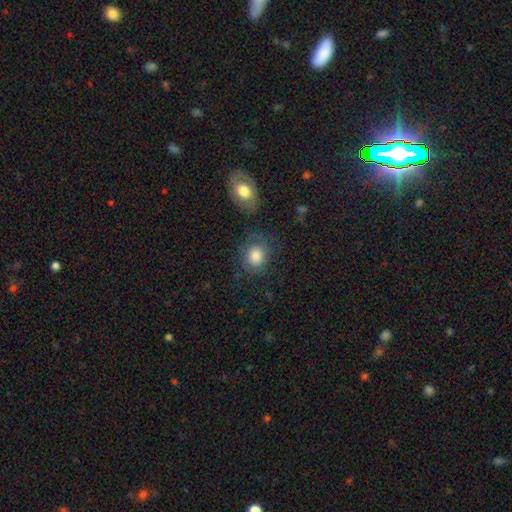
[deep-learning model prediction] smooth_or_featured: smooth (p=0.76) [alt: featured or disk p=0.15]
how_rounded: round (p=0.69) [alt: in between p=0.30]
merging: none (p=0.68) [alt: minor disturbance p=0.17]